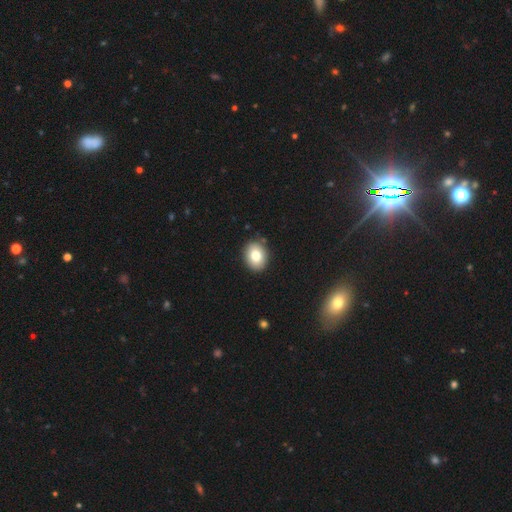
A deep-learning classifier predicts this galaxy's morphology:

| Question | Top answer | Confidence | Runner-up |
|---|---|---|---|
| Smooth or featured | smooth | 81% | featured or disk (10%) |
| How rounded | in between | 53% | round (47%) |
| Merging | none | 87% | minor disturbance (9%) |